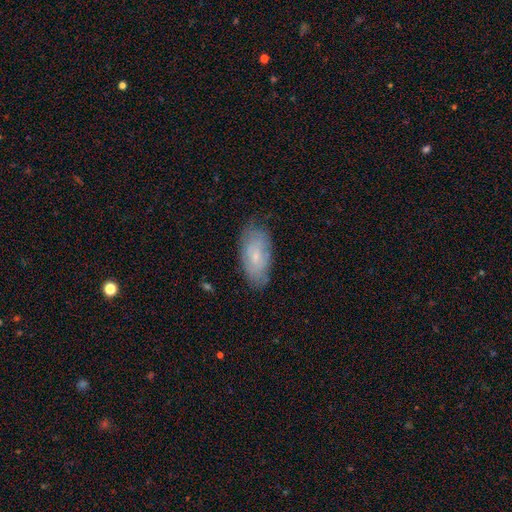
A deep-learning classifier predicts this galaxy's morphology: The model was most divided on "smooth or featured": smooth: 54%, featured or disk: 38%, star or artifact: 8%. More confident: how rounded — in between (91%); merging — none (73%).